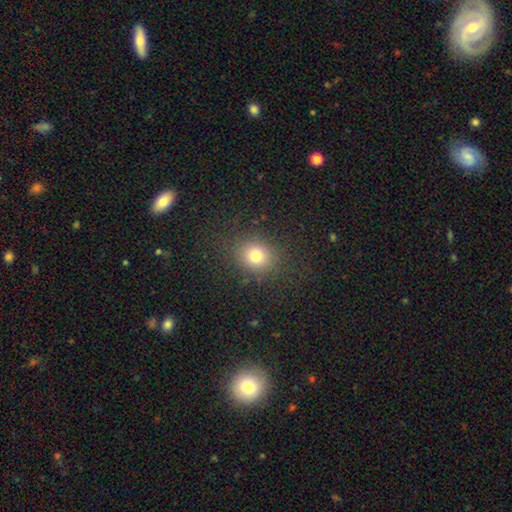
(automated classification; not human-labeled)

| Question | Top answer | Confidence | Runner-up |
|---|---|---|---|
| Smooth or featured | smooth | 75% | star or artifact (17%) |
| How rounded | round | 77% | in between (22%) |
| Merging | none | 85% | minor disturbance (9%) |